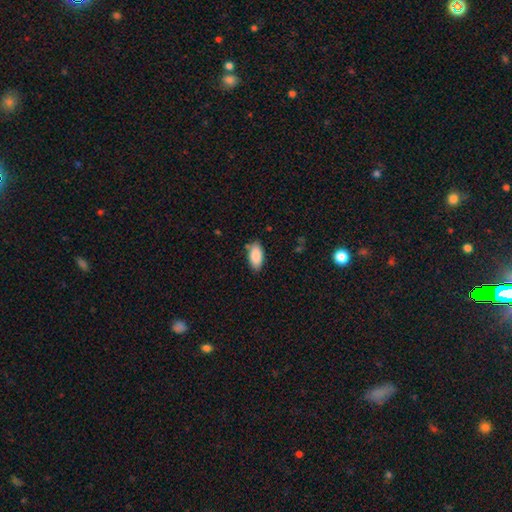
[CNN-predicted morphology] The model was most divided on "merging": none: 81%, minor disturbance: 14%, major disturbance: 3%, merger: 2%. More confident: how rounded — in between (92%); smooth or featured — smooth (89%).